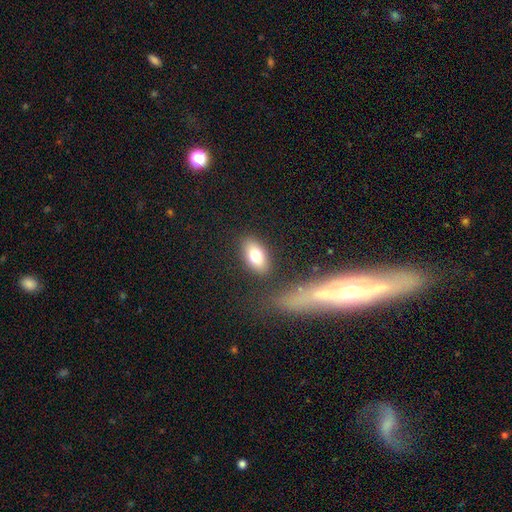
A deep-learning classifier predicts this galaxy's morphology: Overall: smooth (75%). How rounded: in between (89%). Merging: none (83%).